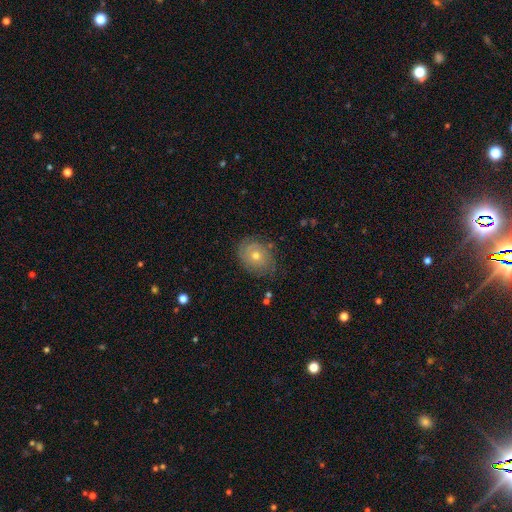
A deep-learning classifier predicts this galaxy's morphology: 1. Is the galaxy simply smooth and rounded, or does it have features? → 61% featured or disk, 28% smooth, 11% star or artifact.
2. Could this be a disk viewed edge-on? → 96% no, 4% yes.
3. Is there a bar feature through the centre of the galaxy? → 85% no, 13% weak, 2% strong.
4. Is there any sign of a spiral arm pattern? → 79% yes, 21% no.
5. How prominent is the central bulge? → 59% moderate, 37% small, 2% large, 1% none, 1% dominant.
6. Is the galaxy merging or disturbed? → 76% none, 17% minor disturbance, 5% major disturbance, 1% merger.